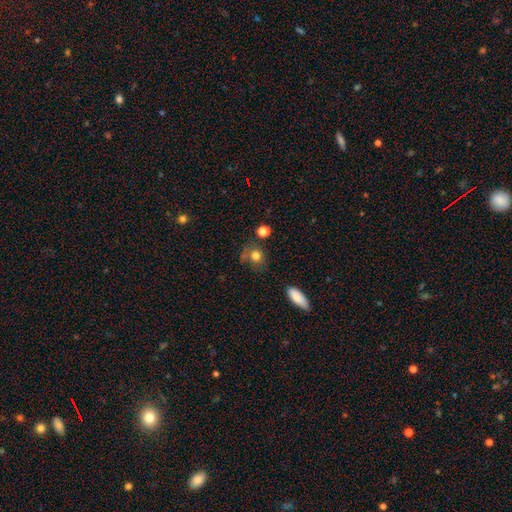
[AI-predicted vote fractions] A smooth galaxy with no disk features (78%) that is round (71%).

Vote fractions:
- Smooth or featured? smooth: 78% / star or artifact: 12% / featured or disk: 10%
- How rounded? round: 71% / in between: 27% / cigar-shaped: 2%
- Merging? none: 58% / minor disturbance: 21% / merger: 12% / major disturbance: 10%